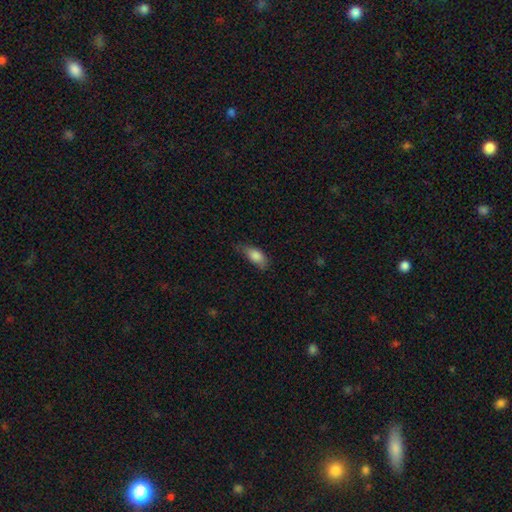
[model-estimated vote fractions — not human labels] Overall: smooth (83%). How rounded: in between (85%). Merging: none (50%; minor disturbance 37%).